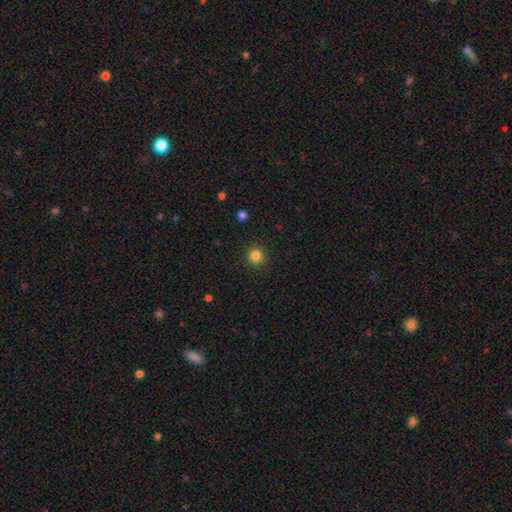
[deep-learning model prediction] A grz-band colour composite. It shows a smooth galaxy with no disk features (83%) that is round (94%). Merging: none (91%).